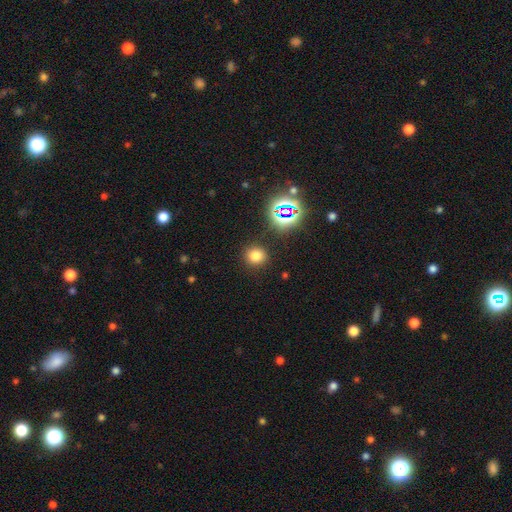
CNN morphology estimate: A smooth galaxy with no disk features (73%) that is round (87%). Merging: none (89%).